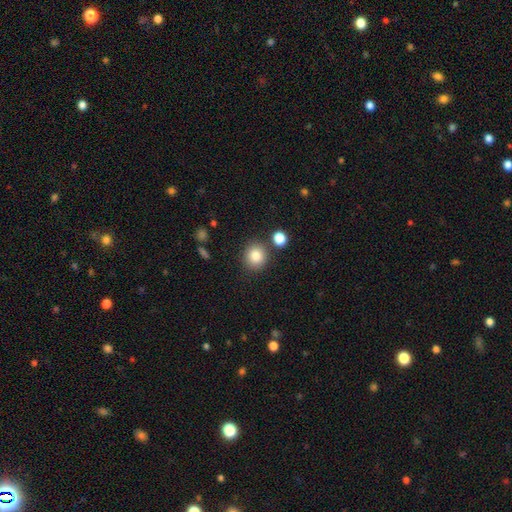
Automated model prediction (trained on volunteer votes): Q: Smooth or featured?
A: smooth (84%); runner-up: star or artifact (10%)
Q: How rounded?
A: round (86%); runner-up: in between (13%)
Q: Merging?
A: none (83%); runner-up: minor disturbance (8%)